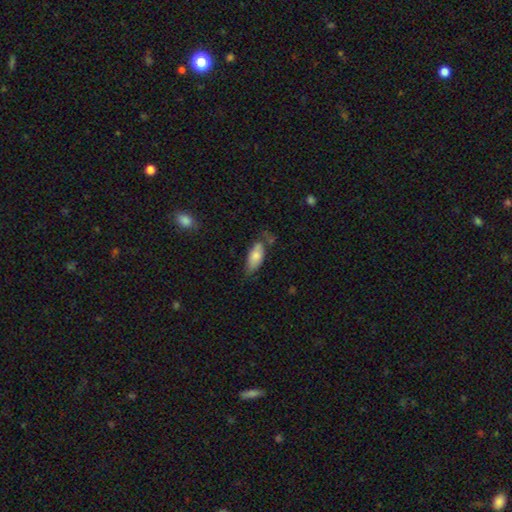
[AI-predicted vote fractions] A smooth galaxy with no disk features (76%) that is in between round and cigar-shaped (82%).

Vote fractions:
- Smooth or featured? smooth: 76% / featured or disk: 17% / star or artifact: 7%
- How rounded? in between: 82% / cigar-shaped: 16% / round: 2%
- Merging? none: 53% / minor disturbance: 33% / major disturbance: 8% / merger: 6%